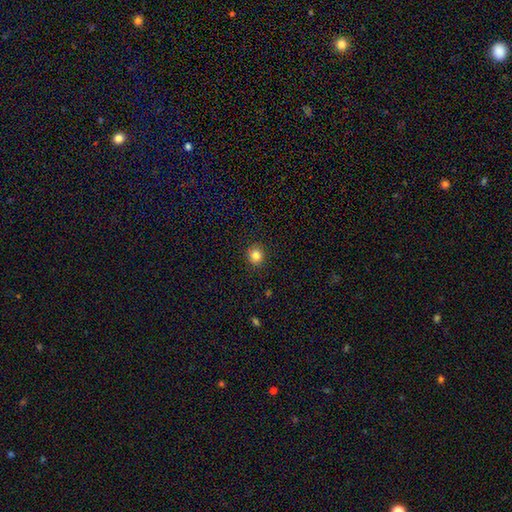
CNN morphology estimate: Smooth or featured? Predicted: smooth (p=0.84). How rounded? Predicted: round (p=0.88). Merging? Predicted: none (p=0.91).